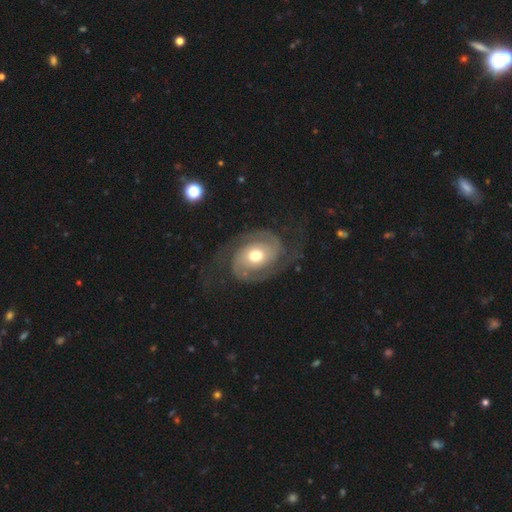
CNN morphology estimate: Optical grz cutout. It shows a featured or disk galaxy (88%) with no bar (69%), 2 (92%) medium (45%) spiral arms (97%) and a moderate central bulge (73%). Merging: none (74%).